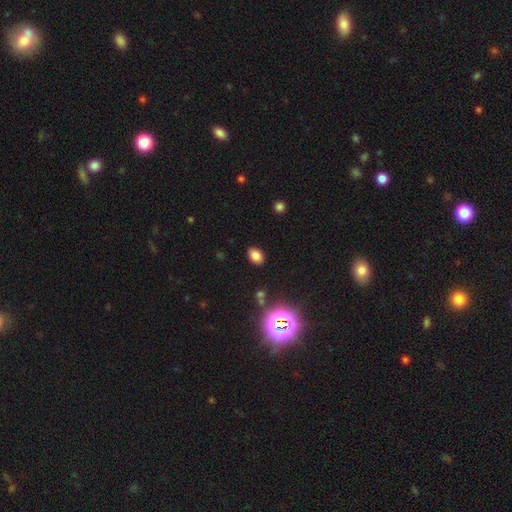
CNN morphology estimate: smooth-or-featured: smooth: 76% | star or artifact: 17% | featured or disk: 7%
  how-rounded: in between: 74% | round: 25% | cigar-shaped: 1%
  merging: none: 87% | minor disturbance: 9% | major disturbance: 3% | merger: 2%